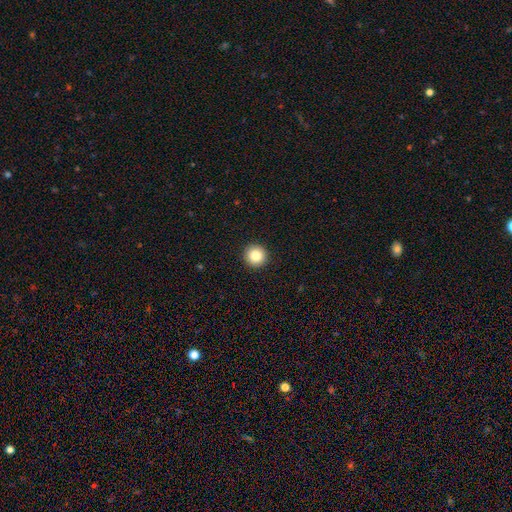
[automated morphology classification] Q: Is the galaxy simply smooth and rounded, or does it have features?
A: smooth — 83%.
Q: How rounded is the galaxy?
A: round — 96%.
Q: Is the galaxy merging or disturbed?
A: none — 94%.